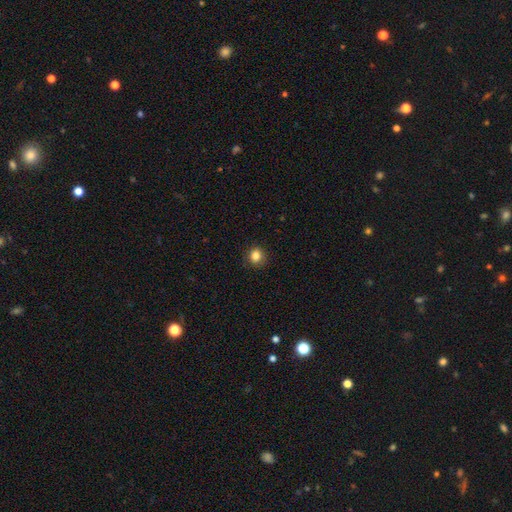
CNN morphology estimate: A smooth galaxy with no disk features (84%) that is round (88%). Merging: none (90%).